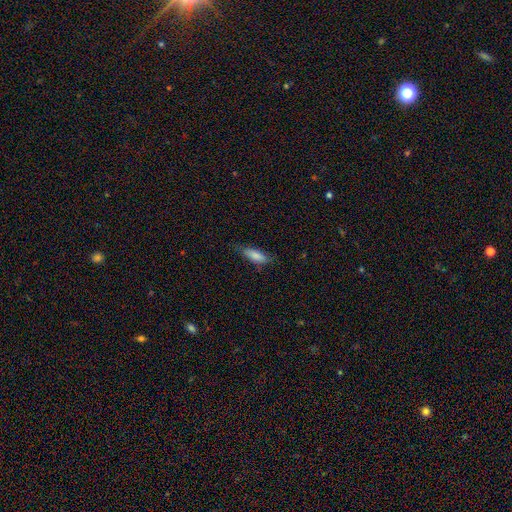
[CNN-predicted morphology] This appears to be a smooth galaxy with no disk features (81%) that is in between round and cigar-shaped (60%). Merging: none (70%).